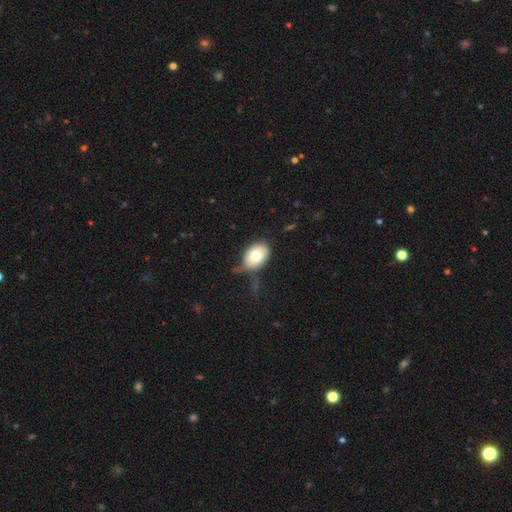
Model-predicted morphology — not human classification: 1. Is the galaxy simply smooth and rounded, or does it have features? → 77% smooth, 16% featured or disk, 8% star or artifact.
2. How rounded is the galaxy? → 74% in between, 25% round, 1% cigar-shaped.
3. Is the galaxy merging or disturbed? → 39% none, 33% minor disturbance, 22% major disturbance, 6% merger.